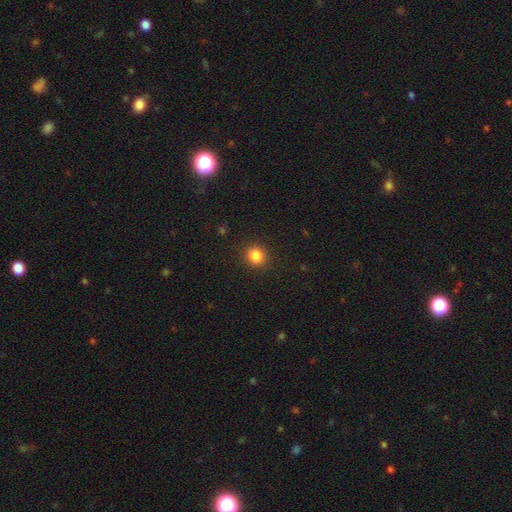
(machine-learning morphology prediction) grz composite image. It shows a smooth galaxy with no disk features (85%) that is round (87%). Merging: none (91%).